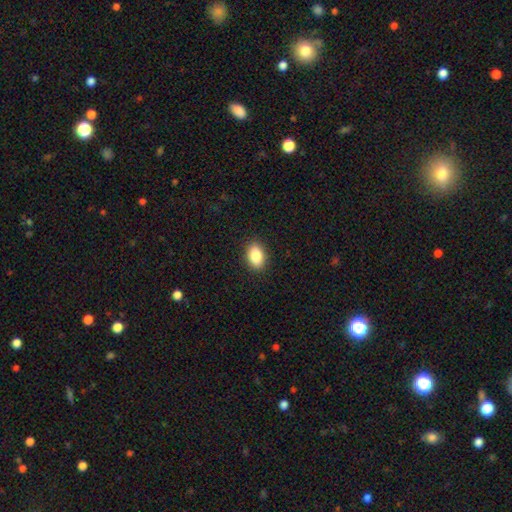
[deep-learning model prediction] Smooth or featured: smooth — 88% (star or artifact — 8%)
How rounded: in between — 88% (round — 10%)
Merging: none — 89% (minor disturbance — 8%)